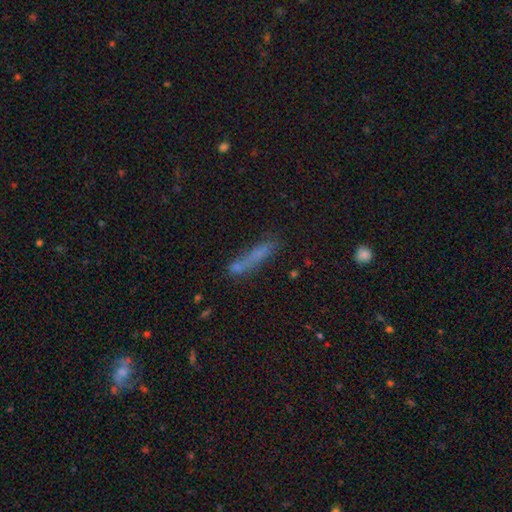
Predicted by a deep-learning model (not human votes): A smooth galaxy with no disk features (64%) that is cigar-shaped (87%). Merging: none (62%).